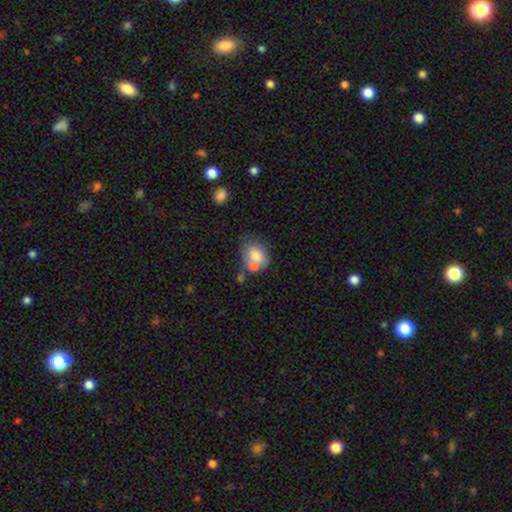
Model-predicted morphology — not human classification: Q: Smooth or featured?
A: smooth (74%); runner-up: featured or disk (17%)
Q: How rounded?
A: in between (59%); runner-up: round (39%)
Q: Merging?
A: none (41%); runner-up: merger (34%)